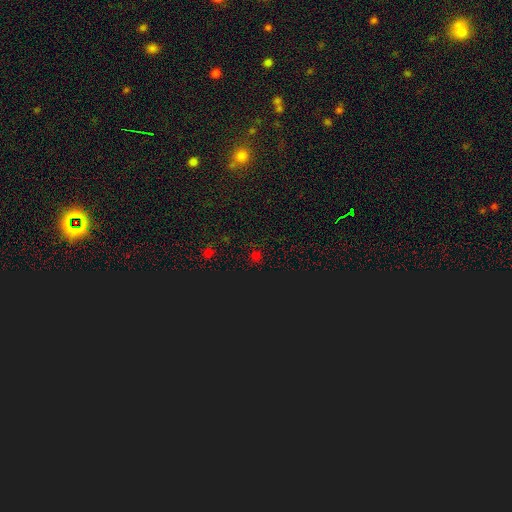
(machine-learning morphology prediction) A star or artifact, not a galaxy (52%).